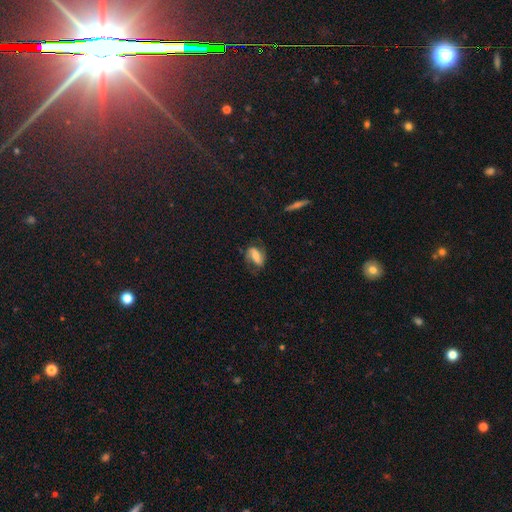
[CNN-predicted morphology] Smooth or featured? featured or disk (62%)
Edge-on disk? no (95%)
Bar? strong (38%)
Spiral arms? yes (90%)
Spiral winding? medium (43%)
Spiral arm count? 2 (86%)
Bulge size? moderate (45%)
Merging? none (66%)